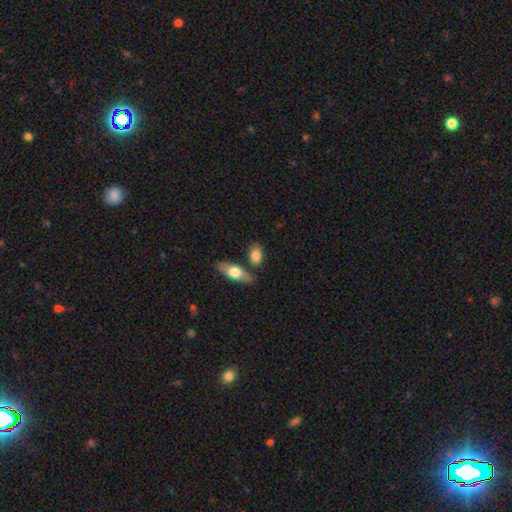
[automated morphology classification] smooth 77%, featured or disk 17%, star or artifact 6%. Down the decision tree: how rounded — in between (82%); merging — none (67%).